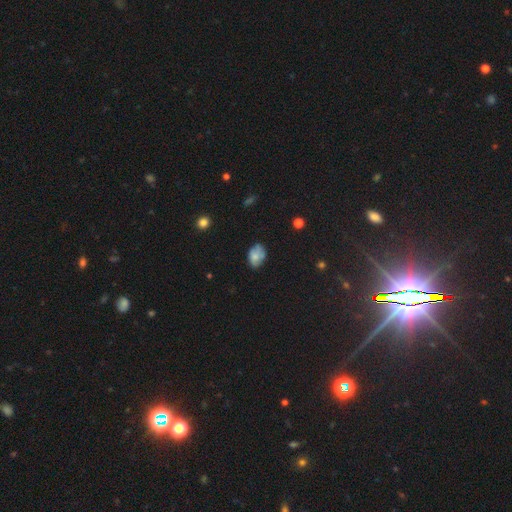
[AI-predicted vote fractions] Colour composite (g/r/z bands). It shows a smooth galaxy with no disk features (72%) that is in between round and cigar-shaped (81%). Merging: none (56%).